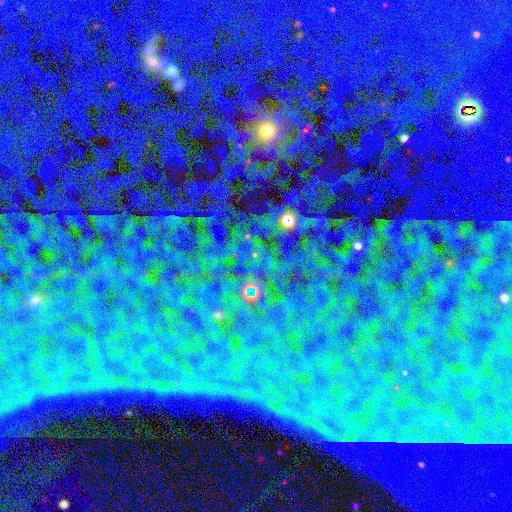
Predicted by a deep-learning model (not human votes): Overall: star or artifact (82%).